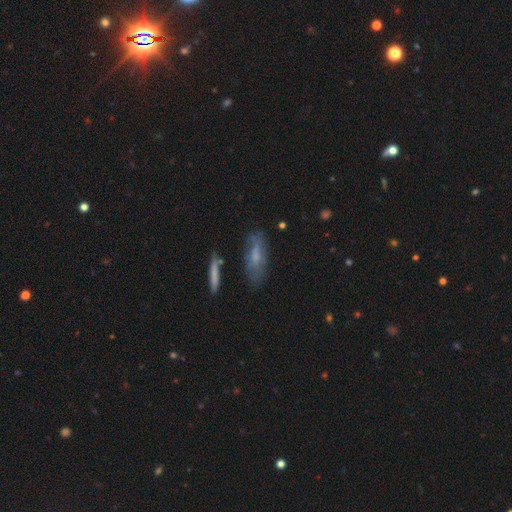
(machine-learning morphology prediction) smooth 50%, featured or disk 42%, star or artifact 9%. Down the decision tree: merging — none (66%).